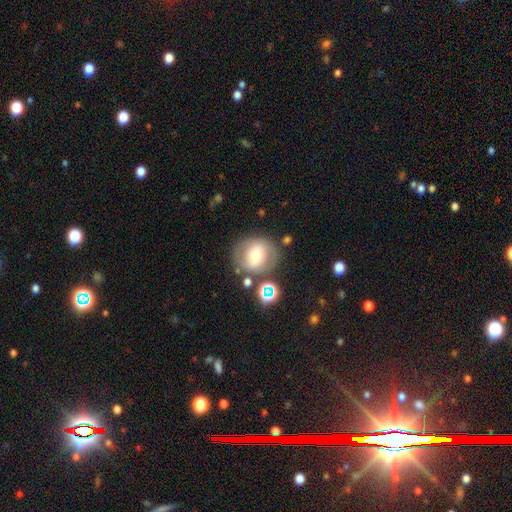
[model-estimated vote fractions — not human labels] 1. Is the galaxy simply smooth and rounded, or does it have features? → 49% smooth, 40% featured or disk, 11% star or artifact.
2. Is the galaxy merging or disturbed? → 72% none, 14% minor disturbance, 8% merger, 7% major disturbance.